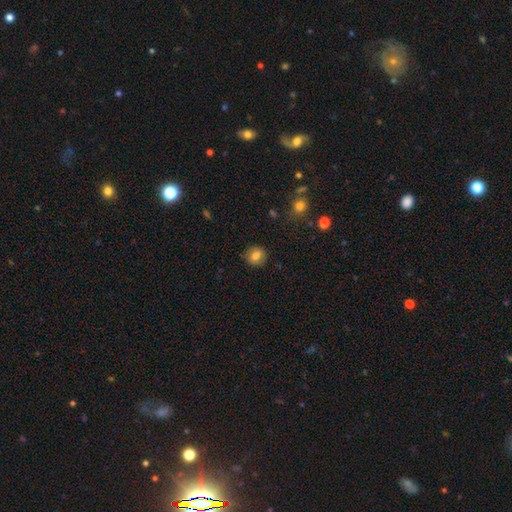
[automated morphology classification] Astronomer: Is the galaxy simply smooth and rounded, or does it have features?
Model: smooth — 77%.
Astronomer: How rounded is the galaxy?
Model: round — 84%.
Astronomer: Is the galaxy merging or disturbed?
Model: none — 87%.